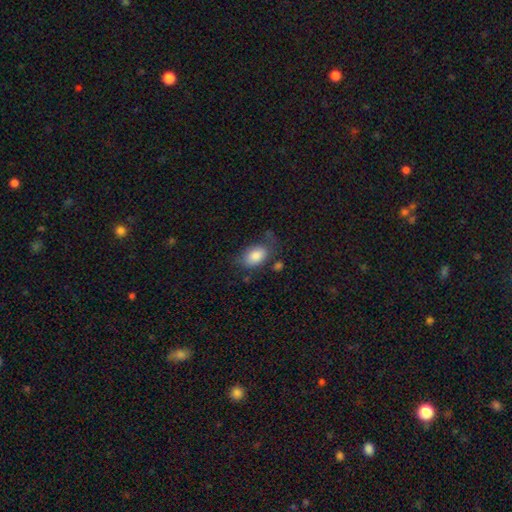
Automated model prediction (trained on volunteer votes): Smooth or featured: smooth — 83% (featured or disk — 10%)
How rounded: in between — 88% (round — 11%)
Merging: none — 57% (minor disturbance — 26%)